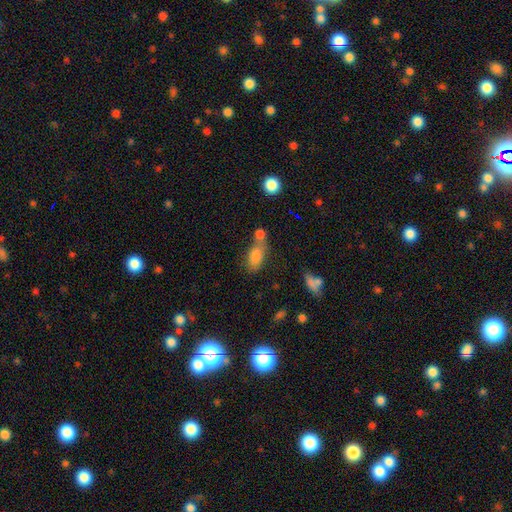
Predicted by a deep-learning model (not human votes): A smooth galaxy with no disk features (79%) that is in between round and cigar-shaped (85%).

Vote fractions:
- Smooth or featured? smooth: 79% / featured or disk: 11% / star or artifact: 9%
- How rounded? in between: 85% / cigar-shaped: 8% / round: 7%
- Merging? merger: 39% (tied) / none: 39% (tied) / minor disturbance: 15% / major disturbance: 7%